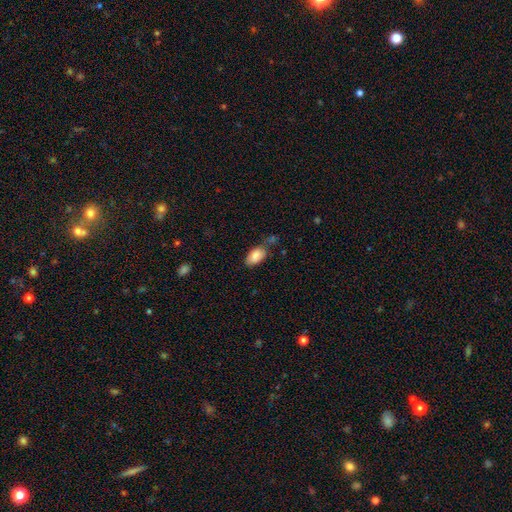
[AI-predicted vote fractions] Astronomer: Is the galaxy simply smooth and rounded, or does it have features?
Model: smooth — 86%.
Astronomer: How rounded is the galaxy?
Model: in between — 94%.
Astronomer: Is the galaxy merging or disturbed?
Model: none — 60%.